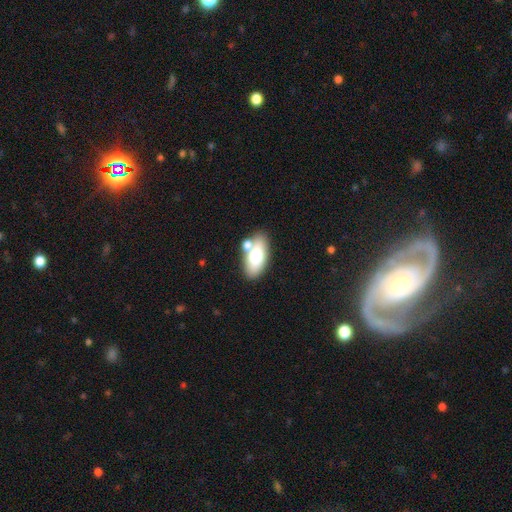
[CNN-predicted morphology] Smooth or featured?
  - smooth: 68% *
  - featured or disk: 25%
  - star or artifact: 7%
How rounded?
  - in between: 90% *
  - cigar-shaped: 6%
  - round: 5%
Merging?
  - none: 65% *
  - merger: 19%
  - minor disturbance: 12%
  - major disturbance: 4%